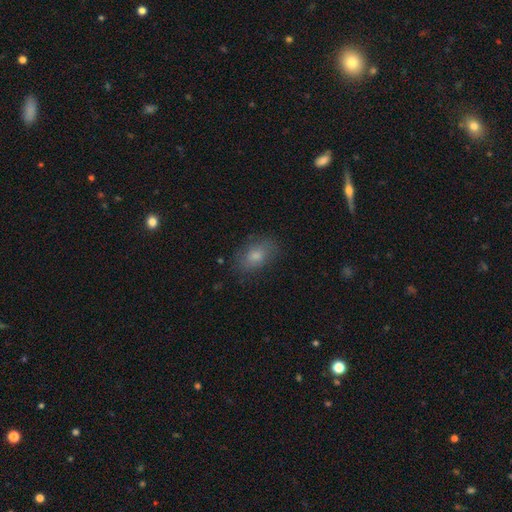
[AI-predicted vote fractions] smooth_or_featured: smooth (p=0.64) [alt: featured or disk p=0.21]
how_rounded: in between (p=0.81) [alt: round p=0.17]
merging: none (p=0.79) [alt: minor disturbance p=0.15]